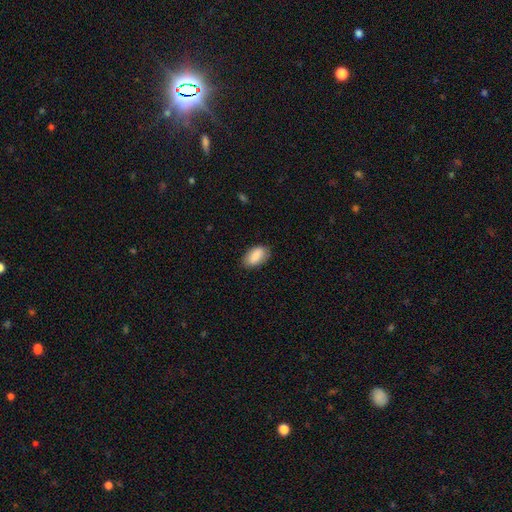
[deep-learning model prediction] Q: Smooth or featured?
A: smooth (87%); runner-up: featured or disk (7%)
Q: How rounded?
A: in between (94%); runner-up: round (4%)
Q: Merging?
A: none (82%); runner-up: minor disturbance (14%)